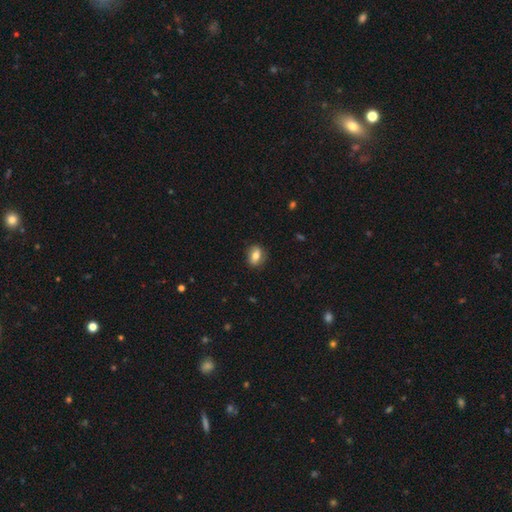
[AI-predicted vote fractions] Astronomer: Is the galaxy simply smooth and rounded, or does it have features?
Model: smooth — 73%.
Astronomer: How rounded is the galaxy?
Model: in between — 67%.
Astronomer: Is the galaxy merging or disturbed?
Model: none — 84%.